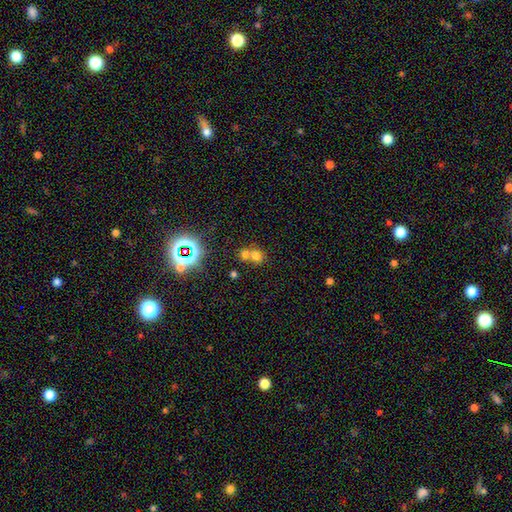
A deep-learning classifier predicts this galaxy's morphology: smooth 65%, star or artifact 22%, featured or disk 13%. Down the decision tree: how rounded — round (79%); merging — merger (54%).